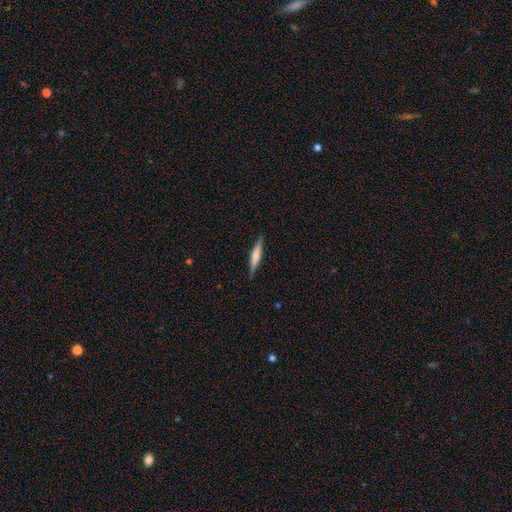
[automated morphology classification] featured or disk 48%, smooth 46%, star or artifact 6%. Down the decision tree: merging — none (89%).